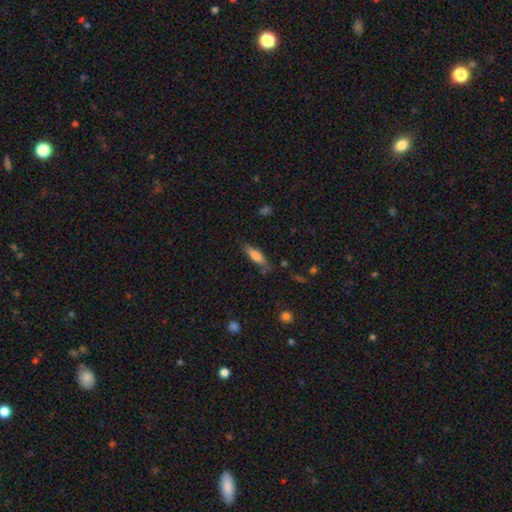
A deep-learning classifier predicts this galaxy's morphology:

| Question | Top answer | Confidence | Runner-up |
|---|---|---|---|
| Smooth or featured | smooth | 70% | featured or disk (23%) |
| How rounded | cigar-shaped | 55% | in between (43%) |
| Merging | none | 72% | minor disturbance (20%) |